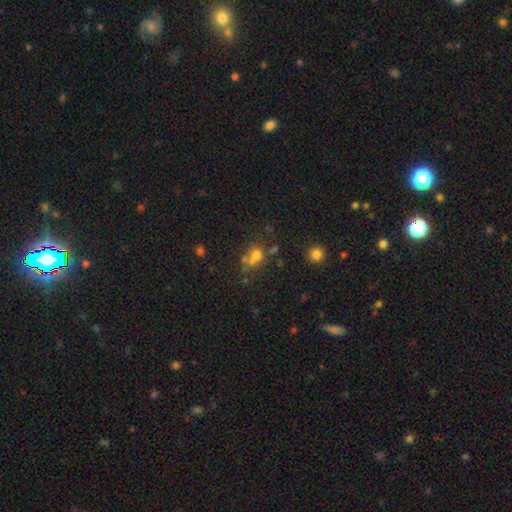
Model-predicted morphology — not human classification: A smooth galaxy with no disk features (64%) that is round (73%).

Vote fractions:
- Smooth or featured? smooth: 64% / star or artifact: 19% / featured or disk: 17%
- How rounded? round: 73% / in between: 26% / cigar-shaped: 1%
- Merging? none: 41% / merger: 39% / minor disturbance: 12% / major disturbance: 7%